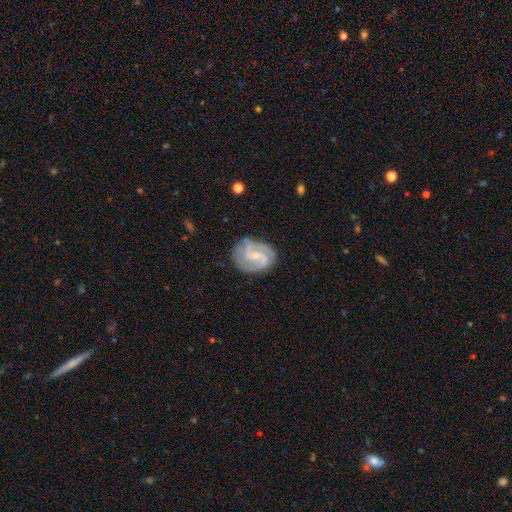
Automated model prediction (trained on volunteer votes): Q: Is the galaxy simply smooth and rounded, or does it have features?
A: featured or disk — 85%.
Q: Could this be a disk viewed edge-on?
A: no — 98%.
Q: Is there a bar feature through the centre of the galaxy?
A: weak — 52%.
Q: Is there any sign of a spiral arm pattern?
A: yes — 96%.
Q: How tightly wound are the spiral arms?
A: medium — 51%.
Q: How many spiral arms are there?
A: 2 — 71%.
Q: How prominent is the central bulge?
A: small — 66%.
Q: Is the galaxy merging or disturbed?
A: none — 72%.